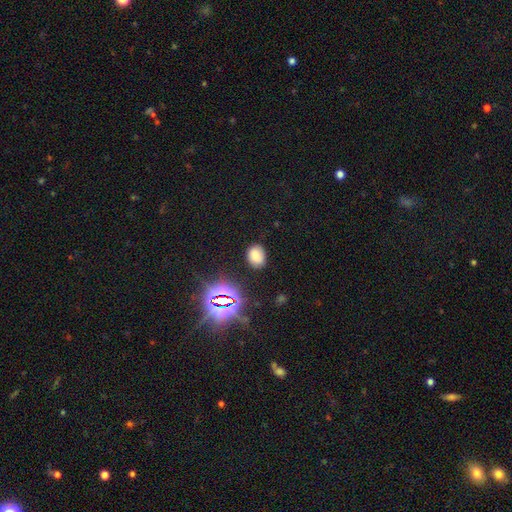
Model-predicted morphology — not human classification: A smooth galaxy with no disk features (74%) that is in between round and cigar-shaped (73%). Merging: none (82%).